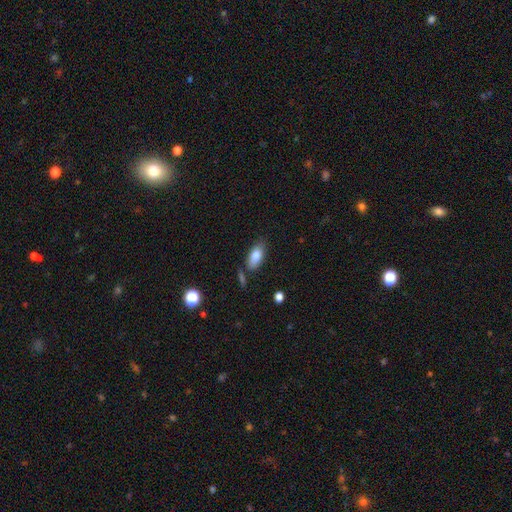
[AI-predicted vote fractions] A smooth galaxy with no disk features (83%) that is in between round and cigar-shaped (88%). Merging: none (74%).